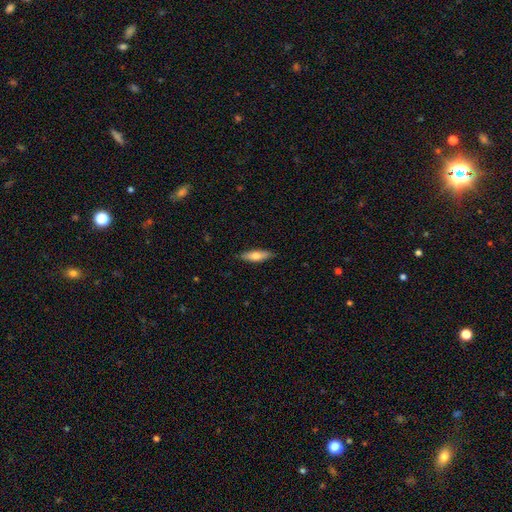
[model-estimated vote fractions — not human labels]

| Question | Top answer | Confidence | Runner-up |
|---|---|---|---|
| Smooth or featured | smooth | 67% | featured or disk (27%) |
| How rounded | cigar-shaped | 54% | in between (44%) |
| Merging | none | 85% | minor disturbance (12%) |